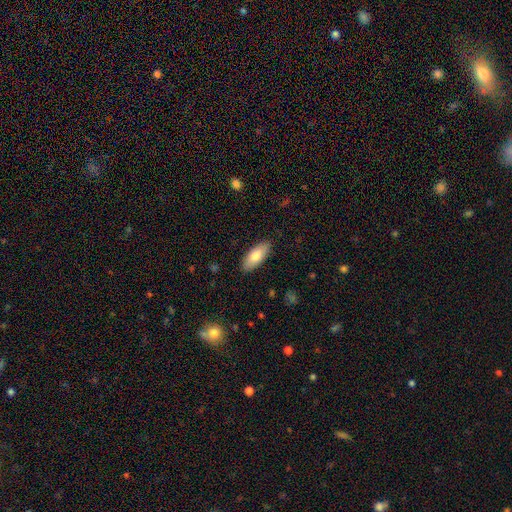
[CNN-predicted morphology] Smooth or featured? Predicted: smooth (p=0.77). How rounded? Predicted: in between (p=0.81). Merging? Predicted: none (p=0.89).